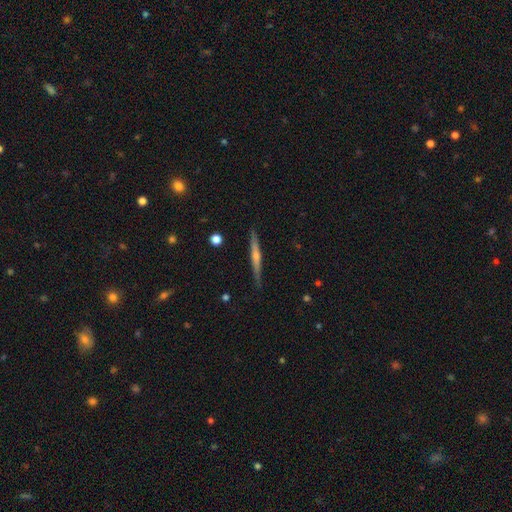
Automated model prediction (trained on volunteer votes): A featured or disk galaxy (64%) viewed edge-on (98%) with a rounded central bulge (61%). Merging: none (89%).